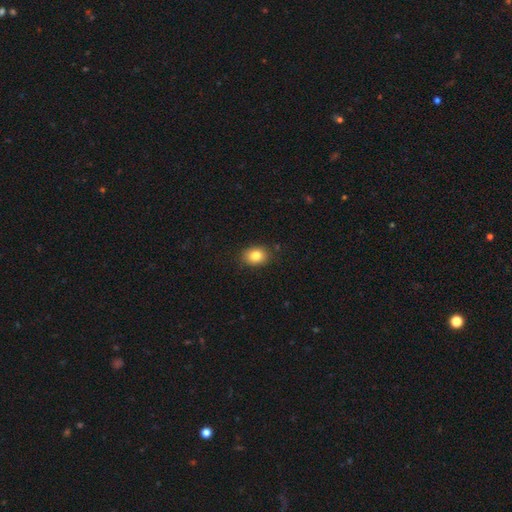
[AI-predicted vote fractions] Smooth or featured? Predicted: smooth (p=0.82). How rounded? Predicted: in between (p=0.61). Merging? Predicted: none (p=0.87).